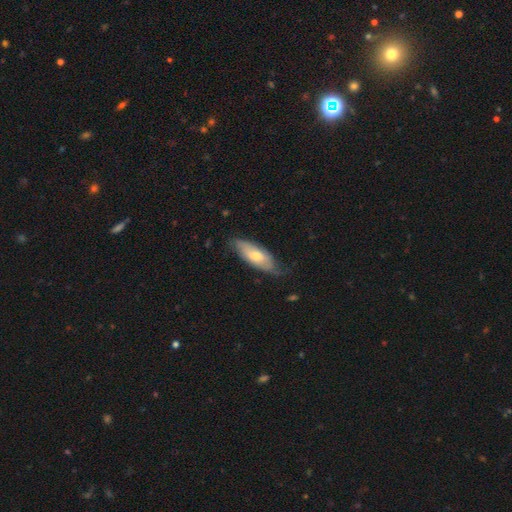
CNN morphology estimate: Overall: smooth (62%; featured or disk 32%). How rounded: in between (73%). Merging: none (65%; minor disturbance 28%).